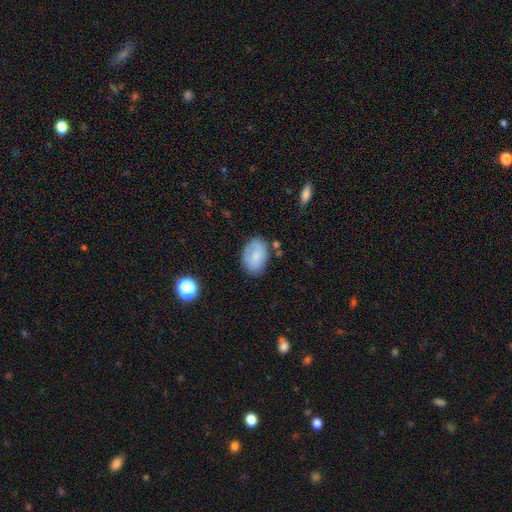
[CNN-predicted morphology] Smooth or featured: smooth — 77% (featured or disk — 15%)
How rounded: in between — 87% (round — 12%)
Merging: none — 71% (minor disturbance — 20%)